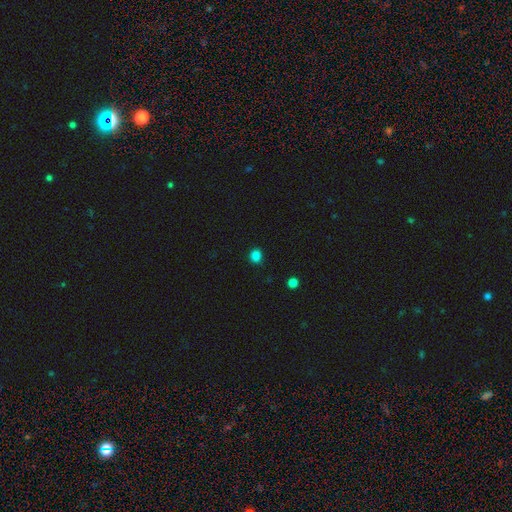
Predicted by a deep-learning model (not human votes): Morphology: type=smooth (84%); roundness=round (79%); merging=none (91%).